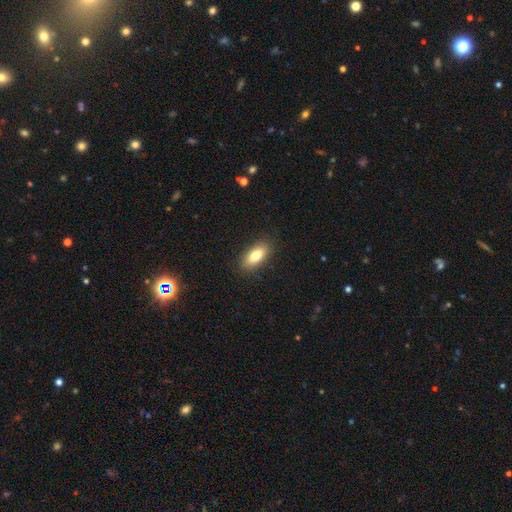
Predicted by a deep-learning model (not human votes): This is clearly a smooth galaxy (80%). How rounded: clearly in between (83%). Merging: clearly none (88%).